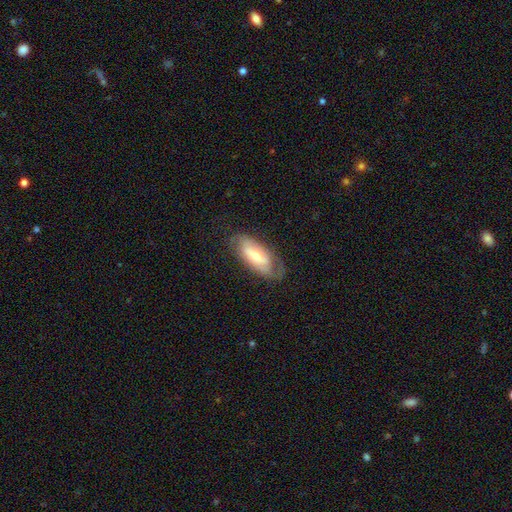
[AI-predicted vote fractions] Smooth or featured?
  - featured or disk: 52% *
  - smooth: 42%
  - star or artifact: 6%
Edge-on disk?
  - no: 85% *
  - yes: 15%
Merging?
  - none: 65% *
  - minor disturbance: 23%
  - major disturbance: 10%
  - merger: 1%